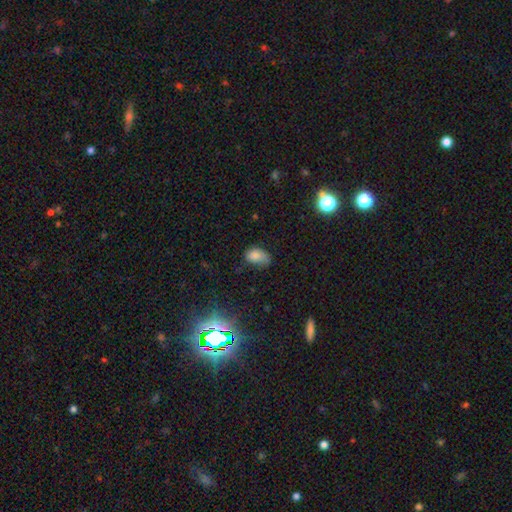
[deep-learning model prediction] Smooth or featured?
  - smooth: 79% *
  - star or artifact: 12%
  - featured or disk: 9%
How rounded?
  - in between: 87% *
  - round: 11%
  - cigar-shaped: 2%
Merging?
  - none: 43% *
  - minor disturbance: 39%
  - major disturbance: 16%
  - merger: 3%